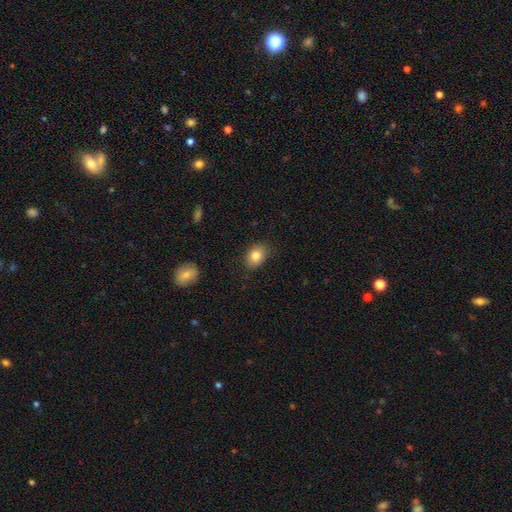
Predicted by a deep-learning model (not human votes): smooth_or_featured: smooth (p=0.84) [alt: star or artifact p=0.09]
how_rounded: in between (p=0.66) [alt: round p=0.33]
merging: none (p=0.80) [alt: minor disturbance p=0.16]